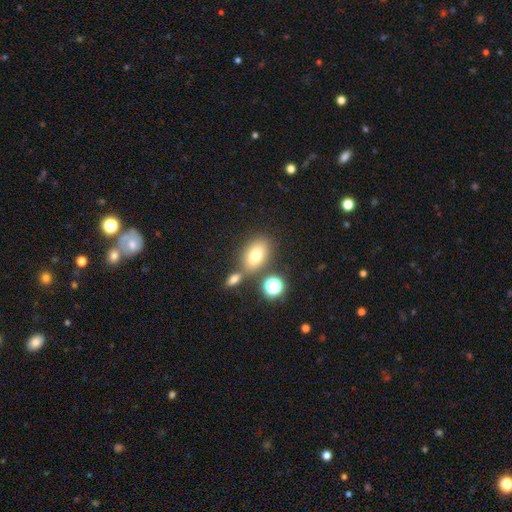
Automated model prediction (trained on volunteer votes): Smooth or featured? Predicted: smooth (p=0.74). How rounded? Predicted: in between (p=0.80). Merging? Predicted: none (p=0.65).